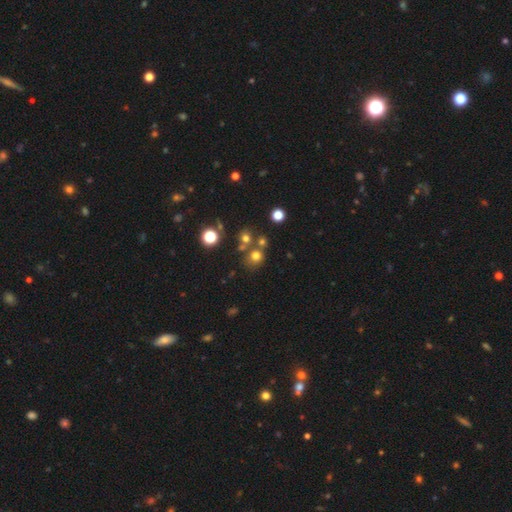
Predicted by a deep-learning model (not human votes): The model was most divided on "merging": none: 60%, merger: 26%, minor disturbance: 10%, major disturbance: 5%. More confident: how rounded — round (82%); smooth or featured — smooth (68%).